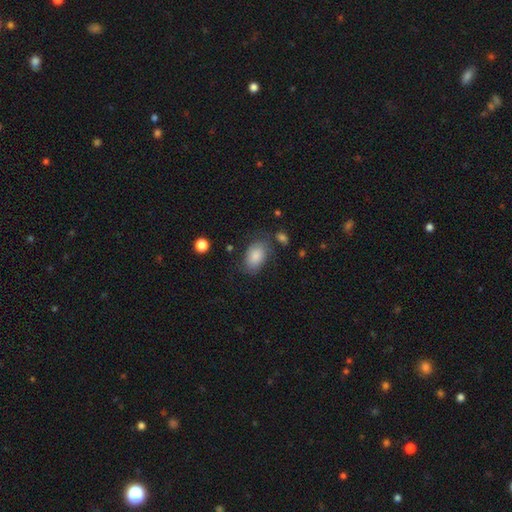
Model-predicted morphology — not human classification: This appears to be a smooth galaxy with no disk features (80%) that is in between round and cigar-shaped (89%). Merging: none (64%).